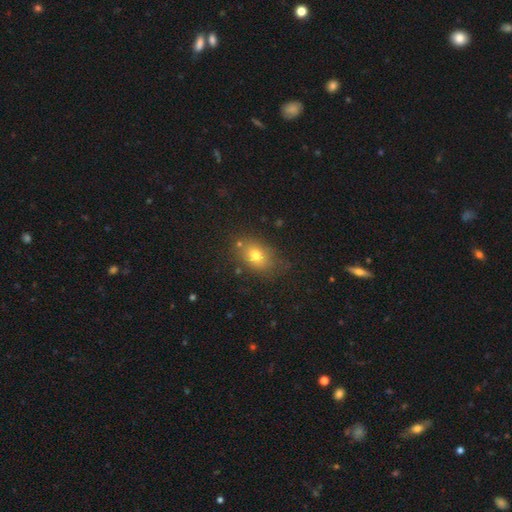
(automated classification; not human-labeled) This appears to be a smooth galaxy with no disk features (75%) that is in between round and cigar-shaped (68%). Merging: none (74%).